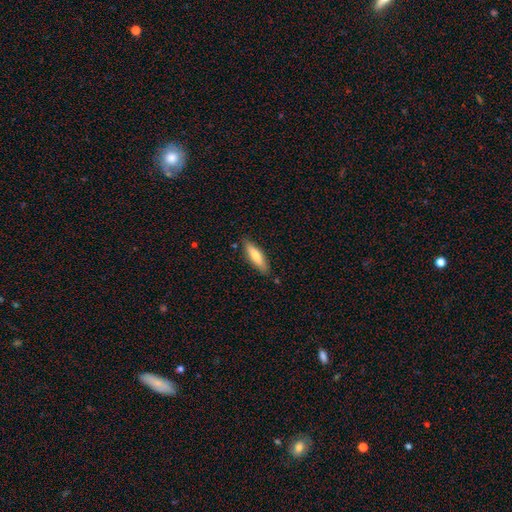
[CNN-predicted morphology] Smooth or featured?
  - smooth: 74% *
  - featured or disk: 20%
  - star or artifact: 6%
How rounded?
  - cigar-shaped: 65% *
  - in between: 33%
  - round: 1%
Merging?
  - none: 84% *
  - minor disturbance: 12%
  - major disturbance: 2%
  - merger: 2%